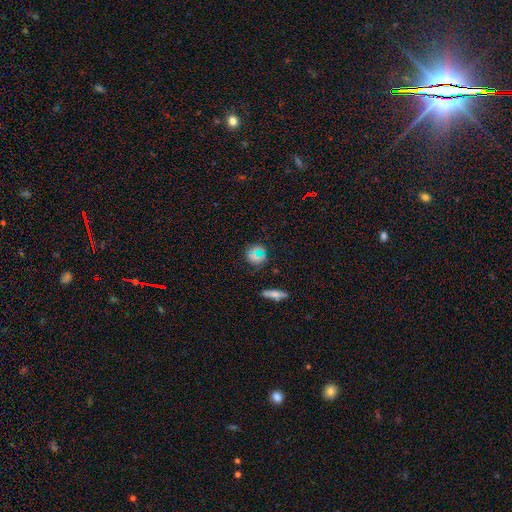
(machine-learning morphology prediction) Q: Smooth or featured?
A: smooth (52%); runner-up: star or artifact (28%)
Q: How rounded?
A: round (80%); runner-up: in between (17%)
Q: Merging?
A: none (70%); runner-up: minor disturbance (15%)